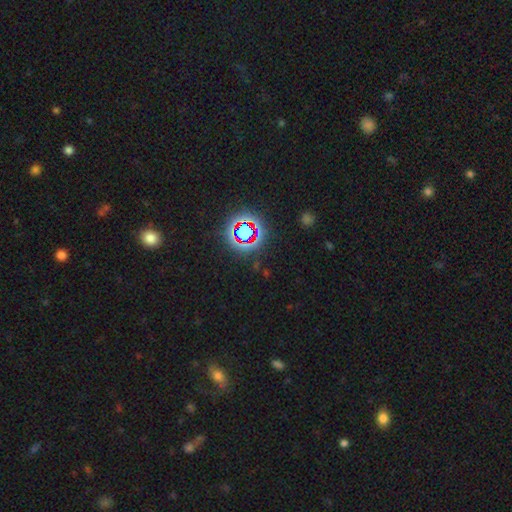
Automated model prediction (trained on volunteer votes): Smooth or featured?
  - star or artifact: 74% *
  - smooth: 17%
  - featured or disk: 9%